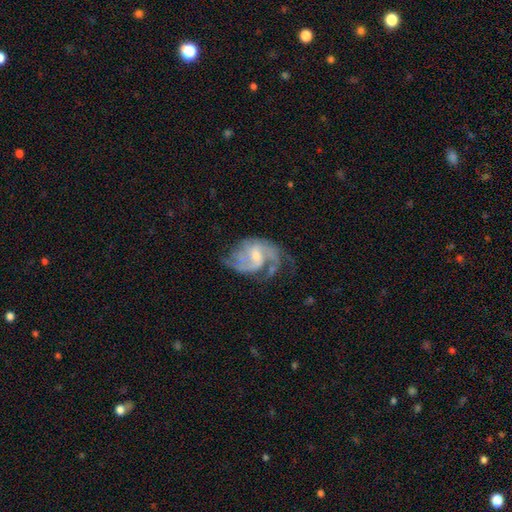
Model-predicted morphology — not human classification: This is clearly a featured or disk galaxy (86%). It is clearly not viewed edge-on (98%). Bar: possibly weak (50%). Spiral arm pattern: clearly yes (95%). Spiral arm count: possibly 2 (48%). Spiral winding: possibly medium (48%). Central bulge: possibly small (56%). Merging: possibly none (51%).